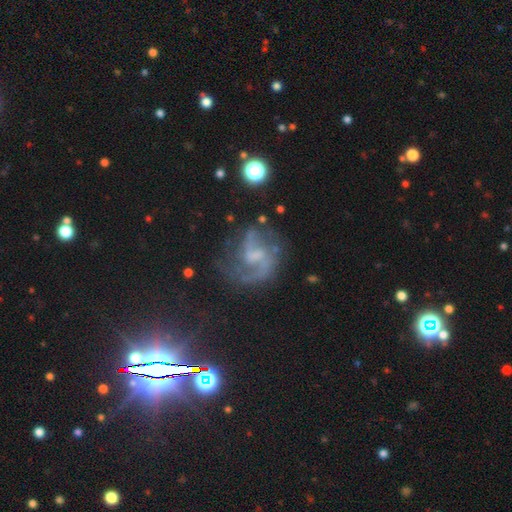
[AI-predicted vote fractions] This appears to be a featured or disk galaxy (78%) with a weak bar (51%), 2 (69%) medium (48%) spiral arms (91%) and no central bulge (44%). Merging: none (58%).